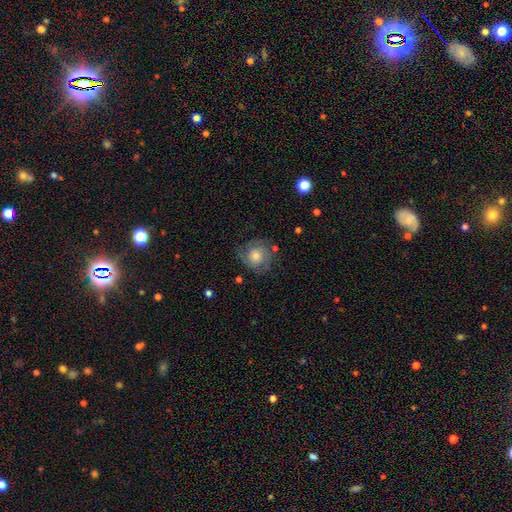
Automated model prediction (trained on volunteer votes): A featured or disk galaxy (59%) with no bar (80%), spiral arms (86%) and a moderate central bulge (55%). Merging: none (73%).